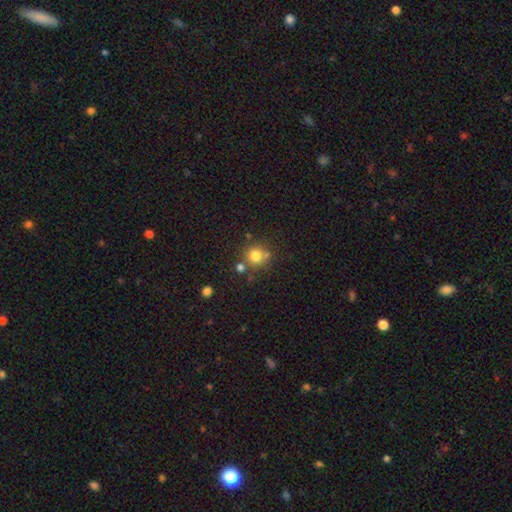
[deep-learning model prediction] Smooth or featured? Predicted: smooth (p=0.77). How rounded? Predicted: round (p=0.91). Merging? Predicted: none (p=0.68).